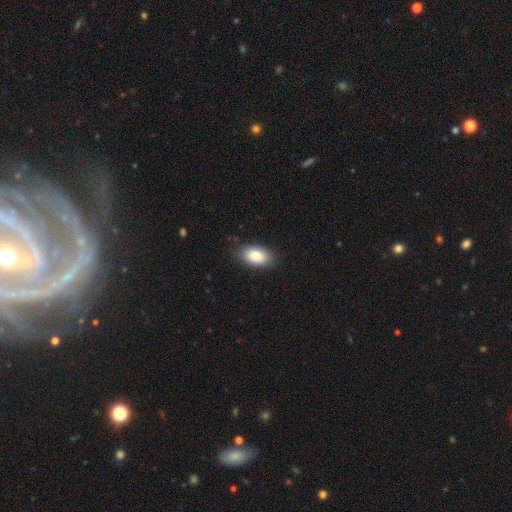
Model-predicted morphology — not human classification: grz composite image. It shows a smooth galaxy with no disk features (87%) that is in between round and cigar-shaped (94%). Merging: none (81%).